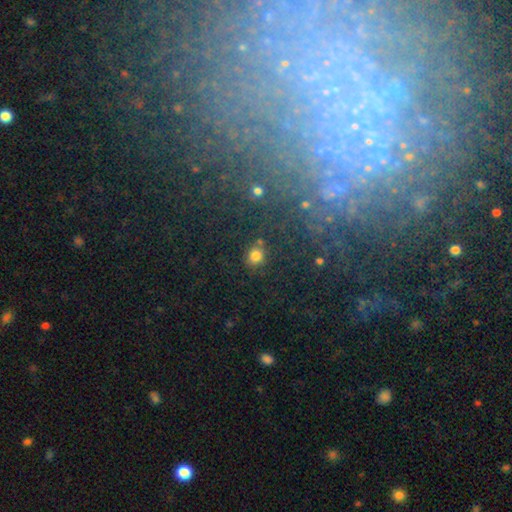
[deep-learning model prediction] Smooth or featured? smooth (72%)
How rounded? round (78%)
Merging? none (78%)